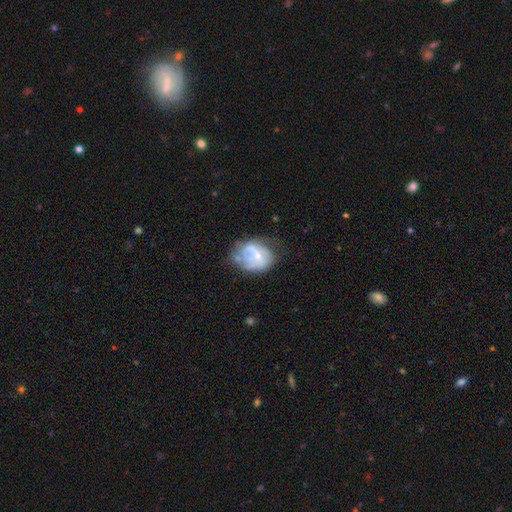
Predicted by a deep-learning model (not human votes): A featured or disk galaxy (51%). Merging: none (39%).